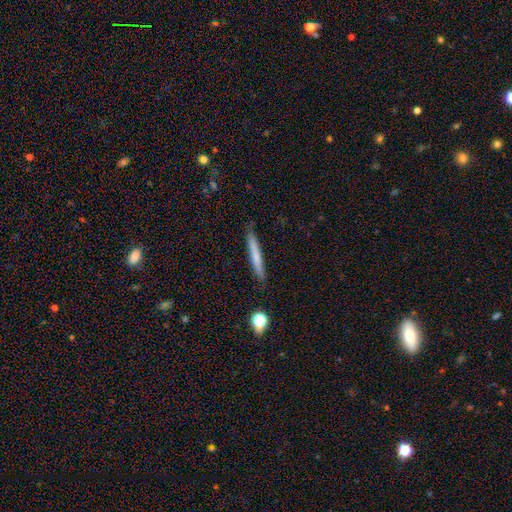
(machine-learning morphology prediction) Smooth or featured?
  - smooth: 64% *
  - featured or disk: 29%
  - star or artifact: 7%
How rounded?
  - cigar-shaped: 95% *
  - in between: 3%
  - round: 1%
Merging?
  - none: 85% *
  - minor disturbance: 11%
  - major disturbance: 2%
  - merger: 2%